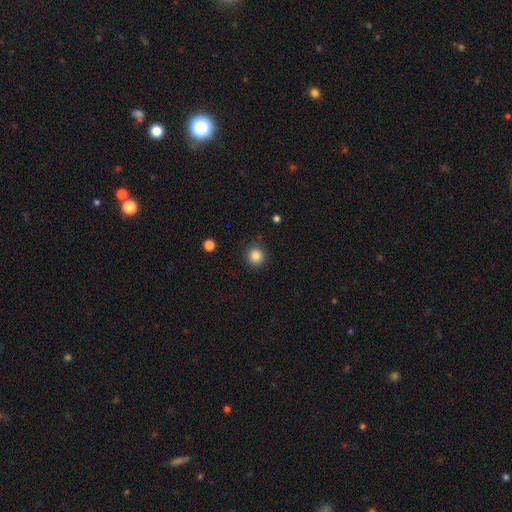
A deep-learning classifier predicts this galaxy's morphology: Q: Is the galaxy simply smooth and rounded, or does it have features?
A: smooth — 85%.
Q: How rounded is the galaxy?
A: round — 94%.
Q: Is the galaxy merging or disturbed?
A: none — 91%.